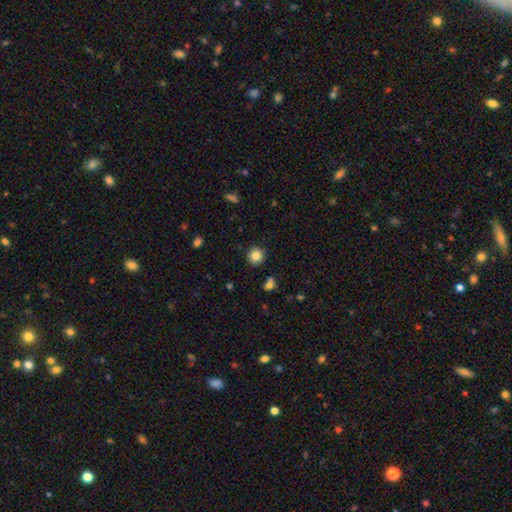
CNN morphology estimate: A smooth galaxy with no disk features (82%) that is round (94%). Merging: none (90%).